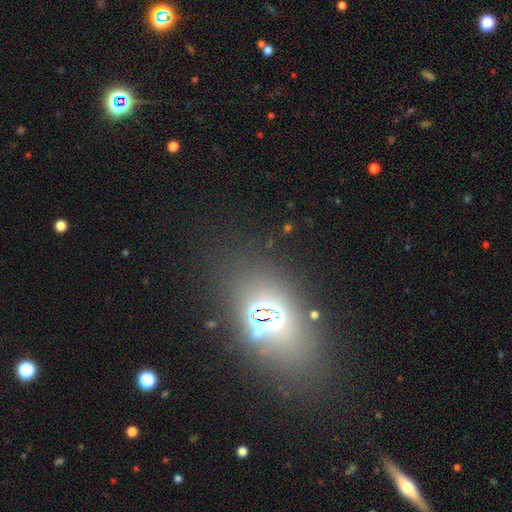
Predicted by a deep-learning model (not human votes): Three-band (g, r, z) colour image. It shows a star or artifact, not a galaxy (43%).